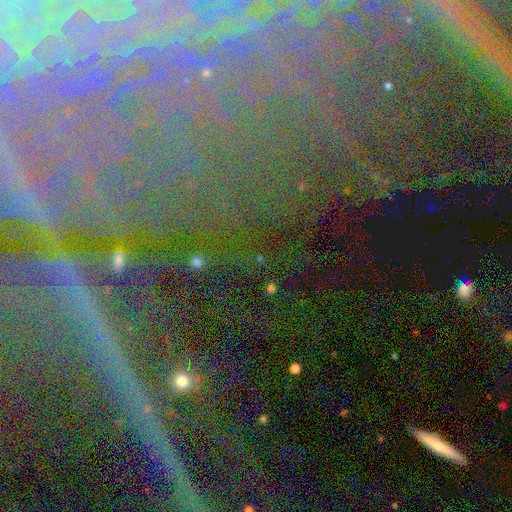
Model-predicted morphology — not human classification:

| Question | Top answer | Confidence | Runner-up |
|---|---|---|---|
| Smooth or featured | star or artifact | 67% | featured or disk (19%) |